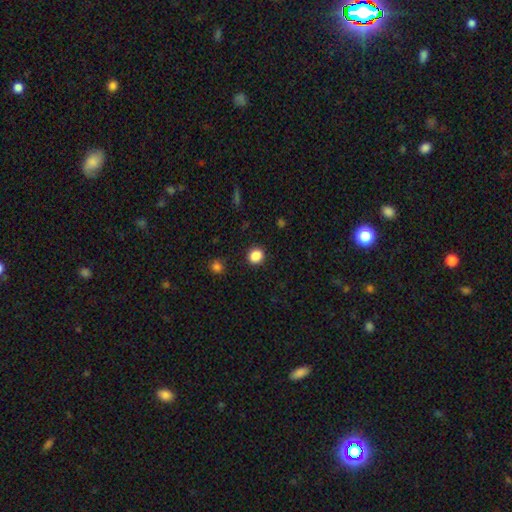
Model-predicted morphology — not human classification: Smooth or featured?
  - smooth: 86% *
  - star or artifact: 11%
  - featured or disk: 3%
How rounded?
  - round: 84% *
  - in between: 15%
  - cigar-shaped: 1%
Merging?
  - none: 91% *
  - minor disturbance: 6%
  - major disturbance: 2%
  - merger: 1%